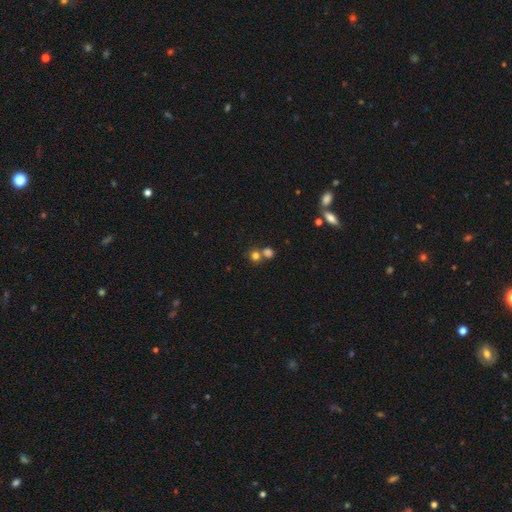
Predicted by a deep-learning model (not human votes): Smooth or featured: smooth — 76% (star or artifact — 15%)
How rounded: round — 87% (in between — 11%)
Merging: none — 55% (merger — 36%)